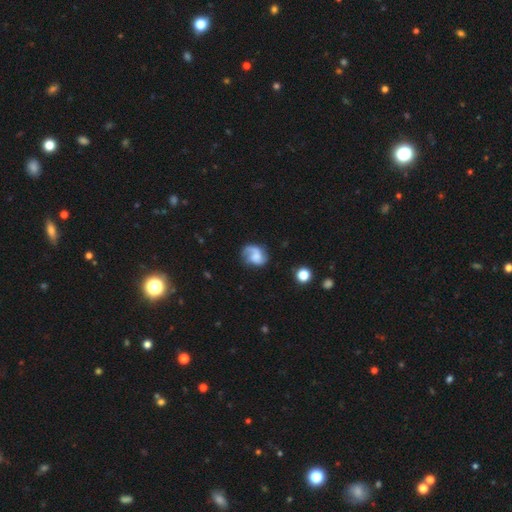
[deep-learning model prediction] Smooth or featured? featured or disk (73%)
Edge-on disk? no (98%)
Bar? no (57%)
Spiral arms? yes (94%)
Spiral winding? medium (42%)
Spiral arm count? 2 (60%)
Bulge size? none (42%)
Merging? none (62%)